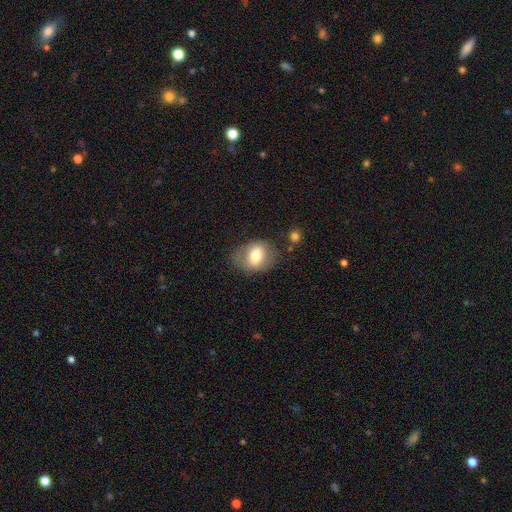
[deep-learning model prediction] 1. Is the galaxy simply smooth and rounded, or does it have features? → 70% smooth, 22% featured or disk, 8% star or artifact.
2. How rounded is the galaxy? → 69% in between, 29% round, 1% cigar-shaped.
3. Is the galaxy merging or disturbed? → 67% none, 20% minor disturbance, 9% major disturbance, 3% merger.